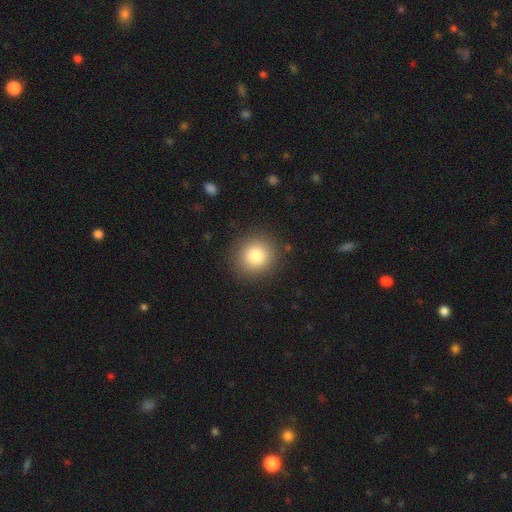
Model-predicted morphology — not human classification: Q: Smooth or featured?
A: smooth (82%); runner-up: star or artifact (11%)
Q: How rounded?
A: round (91%); runner-up: in between (9%)
Q: Merging?
A: none (90%); runner-up: minor disturbance (7%)